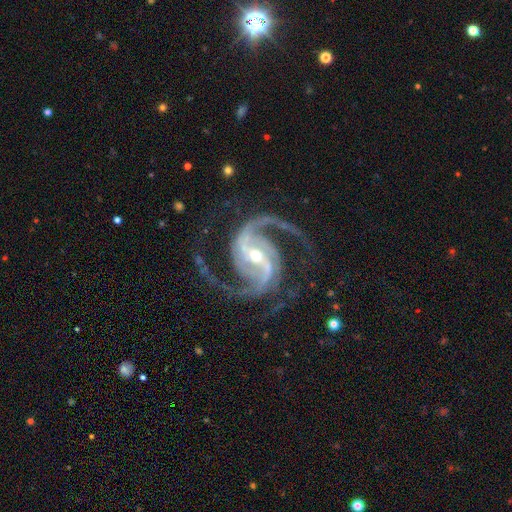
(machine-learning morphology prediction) Smooth or featured? Predicted: featured or disk (p=0.94). Edge-on disk? Predicted: no (p=0.98). Bar? Predicted: strong (p=0.54). Spiral arms? Predicted: yes (p=0.99). Spiral winding? Predicted: medium (p=0.62). Spiral arm count? Predicted: 2 (p=0.71). Bulge size? Predicted: small (p=0.50). Merging? Predicted: none (p=0.76).